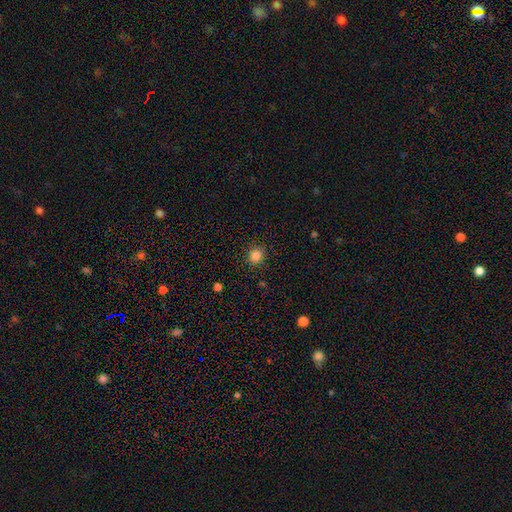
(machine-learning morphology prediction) Q: Smooth or featured?
A: smooth (85%); runner-up: star or artifact (12%)
Q: How rounded?
A: round (83%); runner-up: in between (16%)
Q: Merging?
A: none (89%); runner-up: minor disturbance (7%)